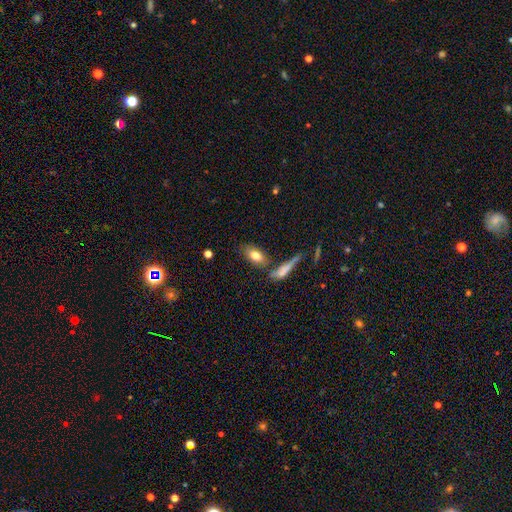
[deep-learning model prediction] Smooth or featured? Predicted: smooth (p=0.73). How rounded? Predicted: in between (p=0.81). Merging? Predicted: none (p=0.65).